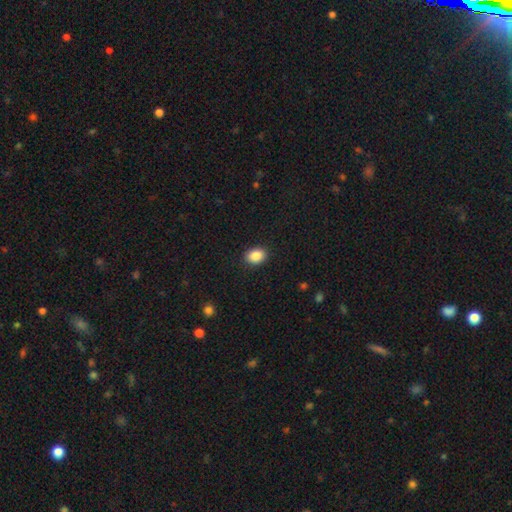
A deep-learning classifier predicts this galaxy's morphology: Smooth or featured?
  - smooth: 88% *
  - star or artifact: 8%
  - featured or disk: 4%
How rounded?
  - in between: 73% *
  - round: 26%
  - cigar-shaped: 1%
Merging?
  - none: 90% *
  - minor disturbance: 7%
  - major disturbance: 2%
  - merger: 1%